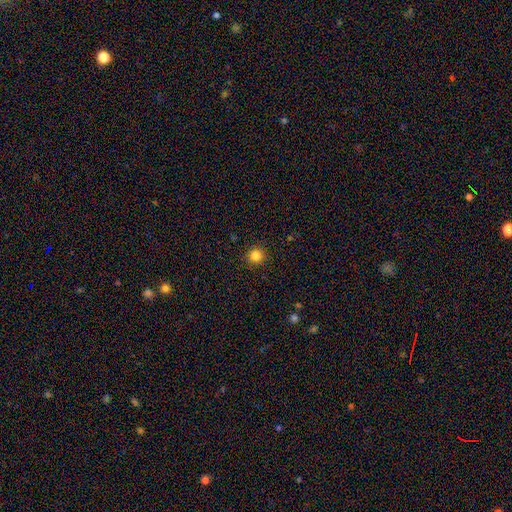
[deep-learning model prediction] Smooth or featured? smooth (84%)
How rounded? round (94%)
Merging? none (92%)